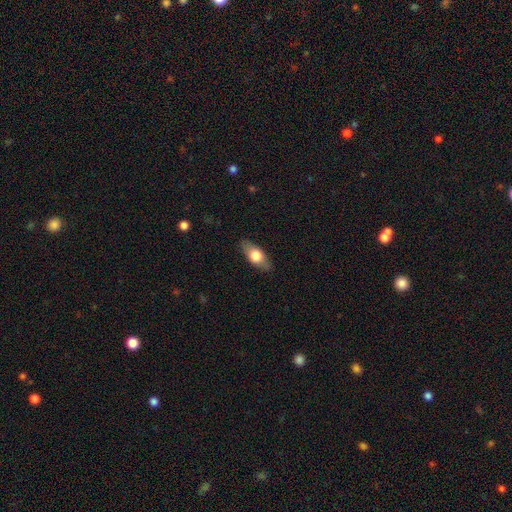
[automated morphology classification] Smooth or featured?
  - smooth: 66% *
  - featured or disk: 28%
  - star or artifact: 6%
How rounded?
  - in between: 82% *
  - cigar-shaped: 13%
  - round: 5%
Merging?
  - none: 84% *
  - minor disturbance: 12%
  - major disturbance: 3%
  - merger: 1%